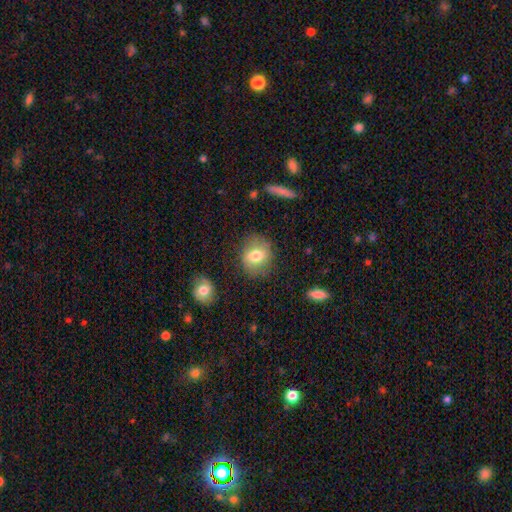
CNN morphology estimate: Smooth or featured?
  - smooth: 73% *
  - featured or disk: 19%
  - star or artifact: 9%
How rounded?
  - round: 66% *
  - in between: 33%
  - cigar-shaped: 1%
Merging?
  - none: 77% *
  - minor disturbance: 15%
  - major disturbance: 5%
  - merger: 2%